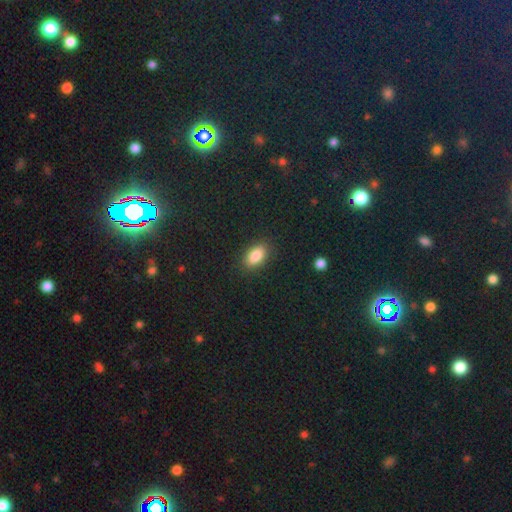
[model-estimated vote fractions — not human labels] Smooth or featured? smooth (86%)
How rounded? in between (90%)
Merging? none (88%)